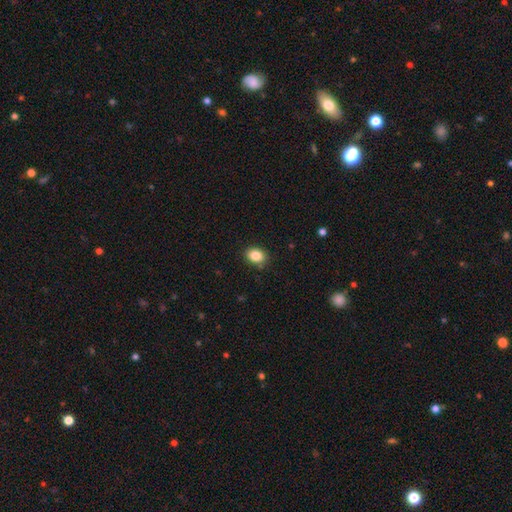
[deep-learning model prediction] A smooth galaxy with no disk features (85%) that is in between round and cigar-shaped (64%).

Vote fractions:
- Smooth or featured? smooth: 85% / star or artifact: 9% / featured or disk: 5%
- How rounded? in between: 64% / round: 35% / cigar-shaped: 1%
- Merging? none: 86% / minor disturbance: 11% / major disturbance: 2% / merger: 2%